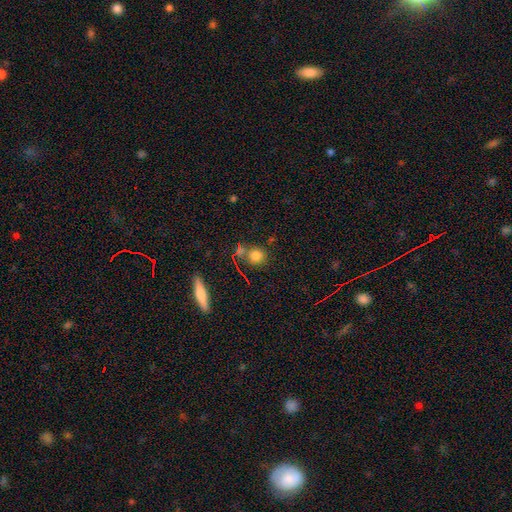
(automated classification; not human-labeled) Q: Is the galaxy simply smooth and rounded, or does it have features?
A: smooth — 77%.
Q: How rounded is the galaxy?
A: round — 80%.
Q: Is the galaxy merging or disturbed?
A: none — 67%.